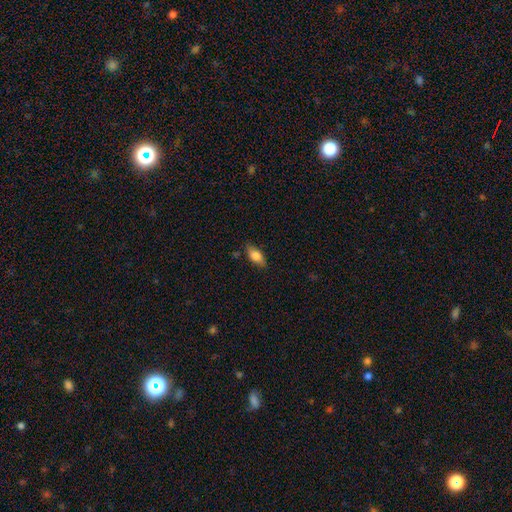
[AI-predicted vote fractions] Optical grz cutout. It shows a smooth galaxy with no disk features (78%) that is in between round and cigar-shaped (85%). Merging: none (81%).